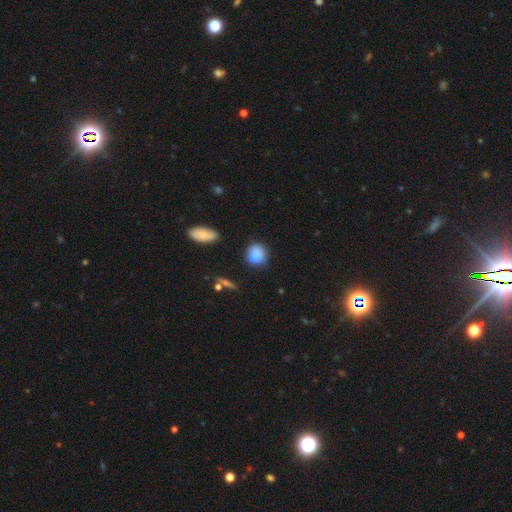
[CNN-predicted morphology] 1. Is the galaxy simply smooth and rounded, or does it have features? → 78% smooth, 11% featured or disk, 10% star or artifact.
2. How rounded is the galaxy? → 67% round, 31% in between, 2% cigar-shaped.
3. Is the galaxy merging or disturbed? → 69% none, 21% minor disturbance, 5% major disturbance, 4% merger.